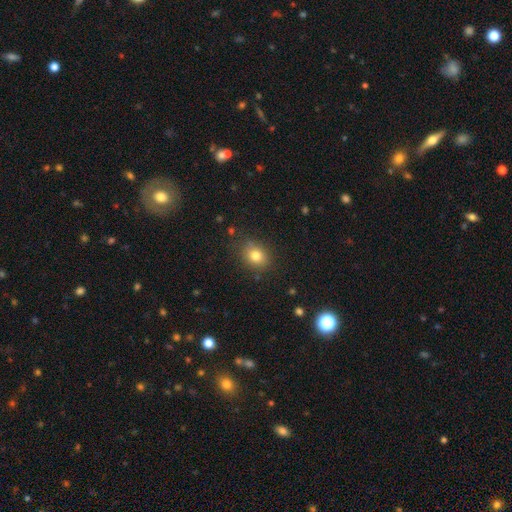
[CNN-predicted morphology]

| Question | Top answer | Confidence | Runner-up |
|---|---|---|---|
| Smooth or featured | smooth | 79% | star or artifact (12%) |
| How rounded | round | 55% | in between (43%) |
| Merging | none | 81% | minor disturbance (13%) |